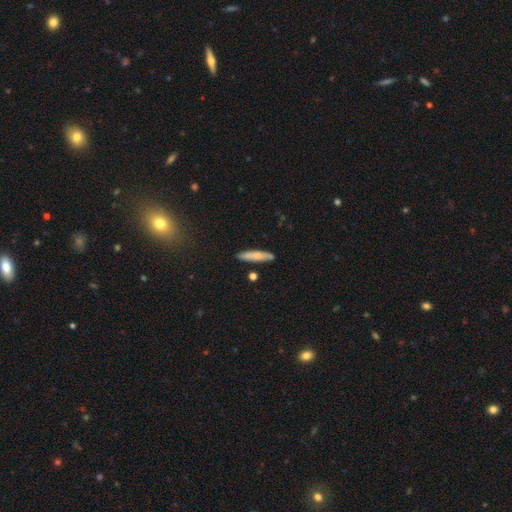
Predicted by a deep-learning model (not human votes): Overall: smooth (70%). How rounded: cigar-shaped (86%). Merging: none (86%).